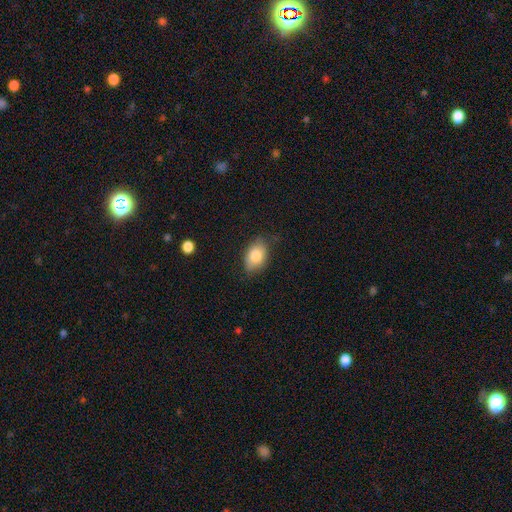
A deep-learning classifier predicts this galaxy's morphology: Overall: smooth (80%). How rounded: in between (86%). Merging: none (76%).